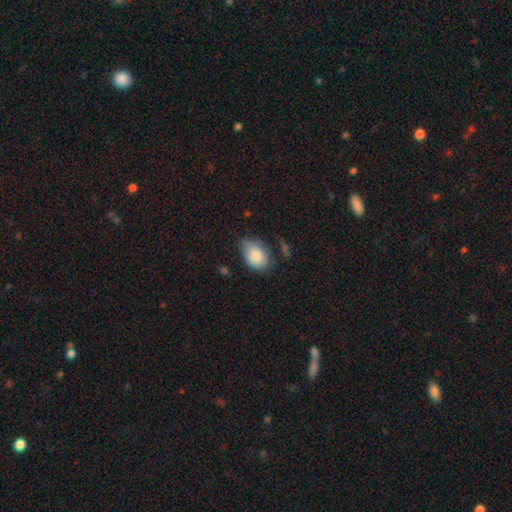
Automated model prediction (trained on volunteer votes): Smooth or featured? smooth (82%)
How rounded? in between (78%)
Merging? none (54%)